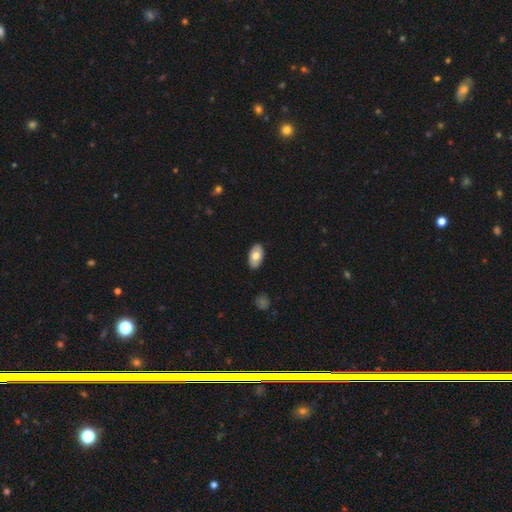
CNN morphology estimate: This appears to be a smooth galaxy with no disk features (73%) that is in between round and cigar-shaped (94%). Merging: none (87%).